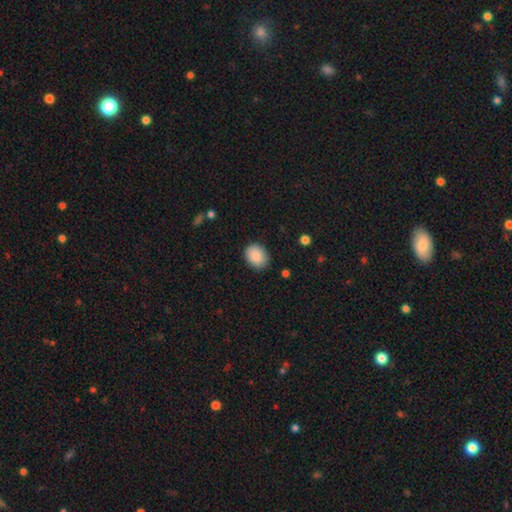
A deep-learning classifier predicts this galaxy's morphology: Smooth or featured: smooth — 89% (star or artifact — 7%)
How rounded: in between — 50% (round — 49%)
Merging: none — 83% (minor disturbance — 13%)